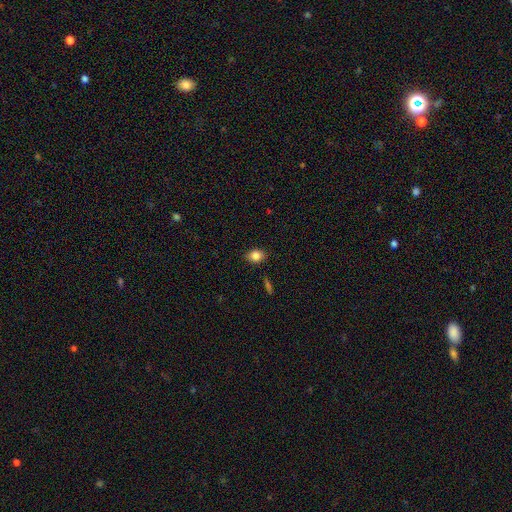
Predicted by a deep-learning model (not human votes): Morphology: type=smooth (83%); roundness=in between (56%); merging=none (86%).